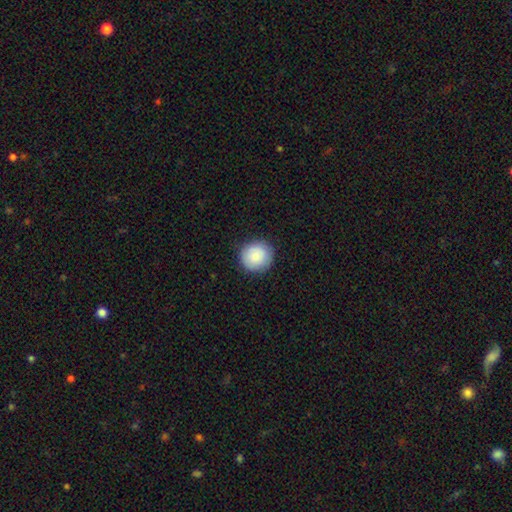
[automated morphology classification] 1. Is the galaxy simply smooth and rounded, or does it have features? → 84% smooth, 9% featured or disk, 7% star or artifact.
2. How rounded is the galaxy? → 89% round, 11% in between, 1% cigar-shaped.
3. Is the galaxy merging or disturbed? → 87% none, 9% minor disturbance, 2% major disturbance, 1% merger.